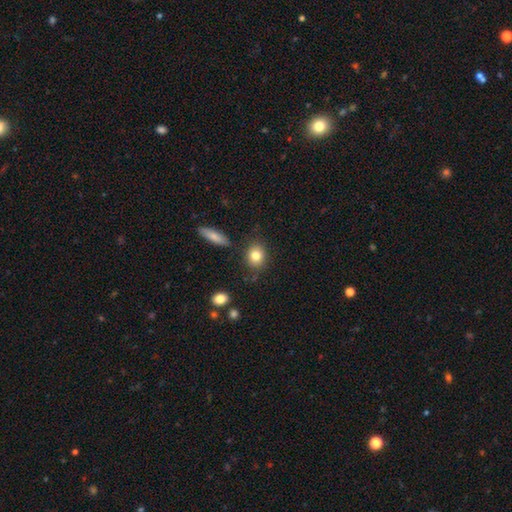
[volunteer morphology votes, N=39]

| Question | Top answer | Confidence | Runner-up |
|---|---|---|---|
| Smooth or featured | smooth | 79% | featured or disk (10%) |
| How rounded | round | 81% | in between (10%) |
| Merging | none | 91% | minor disturbance (9%) |